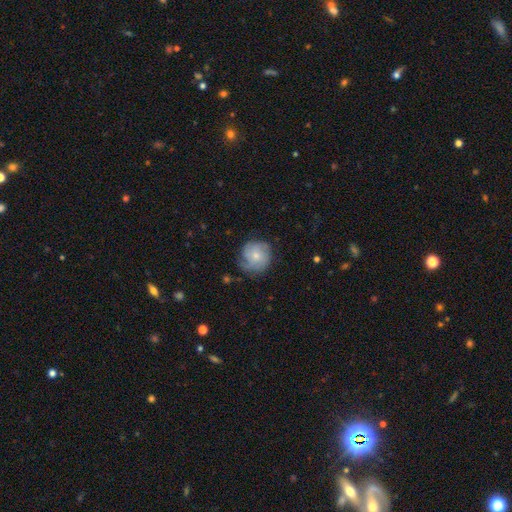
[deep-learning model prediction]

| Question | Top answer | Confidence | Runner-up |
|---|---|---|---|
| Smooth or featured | smooth | 46% | tied: featured or disk (46%) |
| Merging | none | 66% | minor disturbance (24%) |